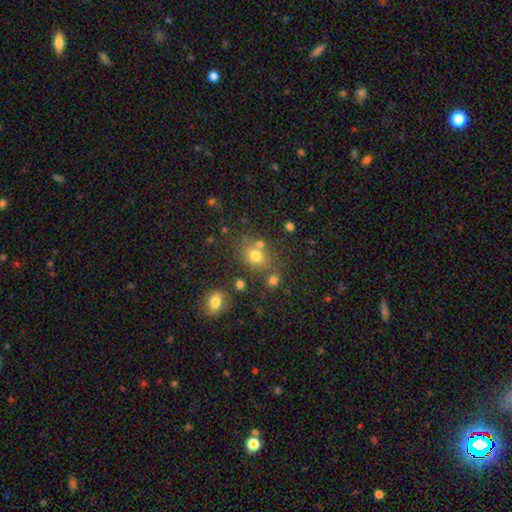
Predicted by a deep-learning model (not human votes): A smooth galaxy with no disk features (72%) that is round (55%). Merging: none (65%).